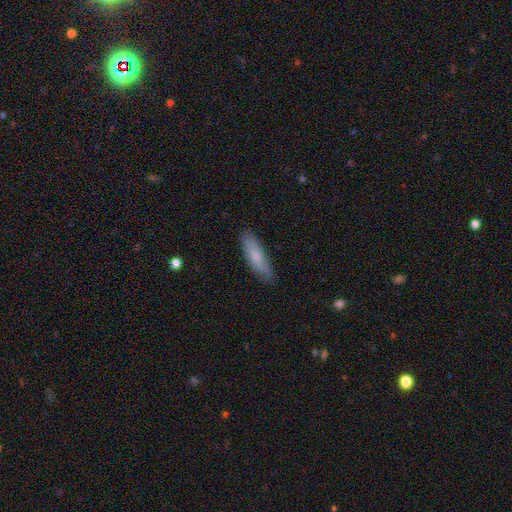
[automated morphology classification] This appears to be a smooth galaxy with no disk features (76%) that is cigar-shaped (63%). Merging: none (84%).